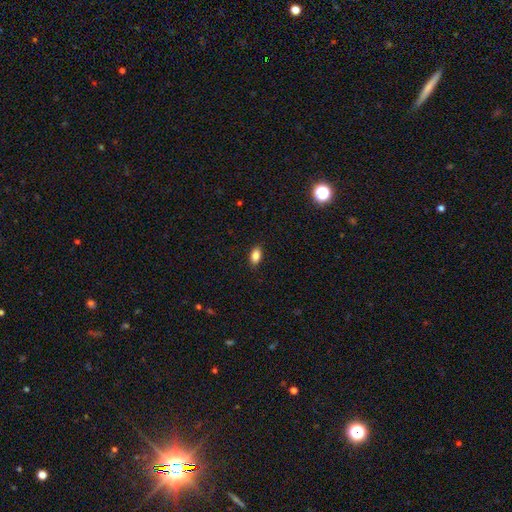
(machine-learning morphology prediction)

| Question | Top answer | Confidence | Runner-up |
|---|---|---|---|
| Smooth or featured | smooth | 86% | star or artifact (9%) |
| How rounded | in between | 89% | round (7%) |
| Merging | none | 87% | minor disturbance (10%) |